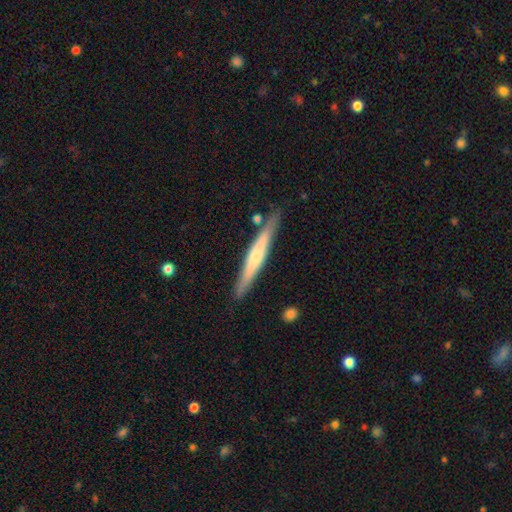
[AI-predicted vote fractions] Smooth or featured: featured or disk — 58% (smooth — 35%)
Edge-on disk: yes — 95% (no — 5%)
Edge-on bulge: rounded — 48% (none — 39%)
Merging: none — 86% (minor disturbance — 11%)